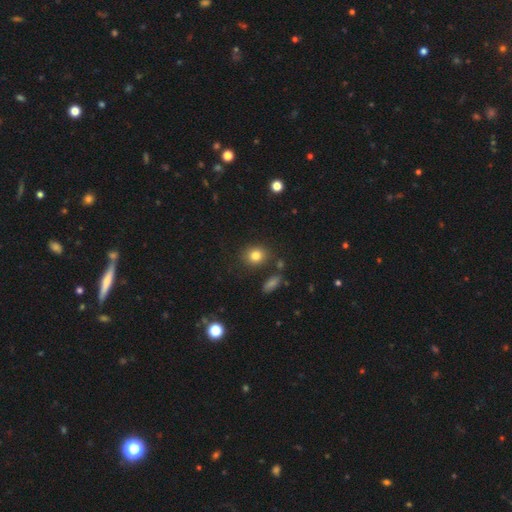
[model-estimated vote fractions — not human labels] Smooth or featured? smooth (82%)
How rounded? round (69%)
Merging? none (83%)